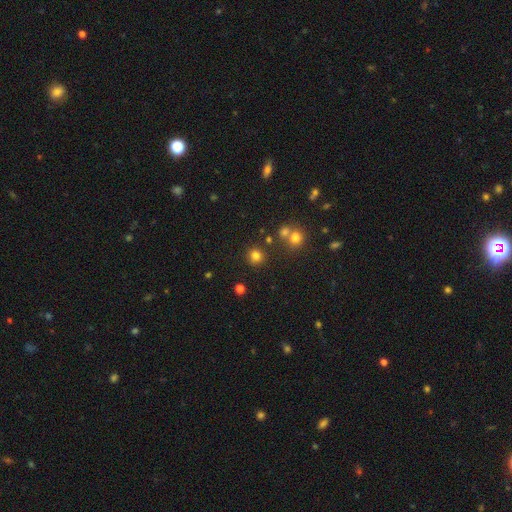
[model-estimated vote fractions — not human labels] Smooth or featured? smooth (78%)
How rounded? round (90%)
Merging? none (82%)